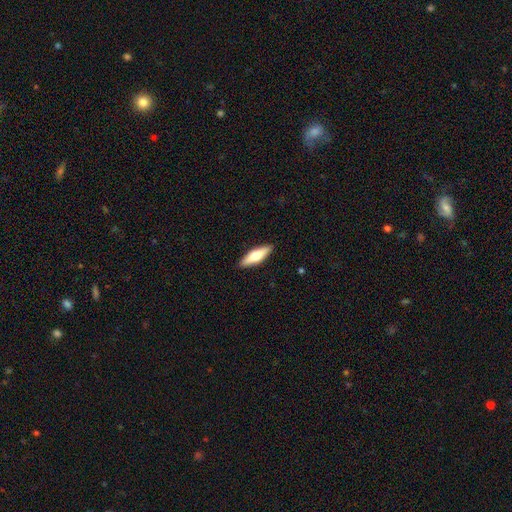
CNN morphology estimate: Q: Smooth or featured?
A: smooth (57%); runner-up: featured or disk (38%)
Q: How rounded?
A: cigar-shaped (55%); runner-up: in between (43%)
Q: Merging?
A: none (90%); runner-up: minor disturbance (7%)